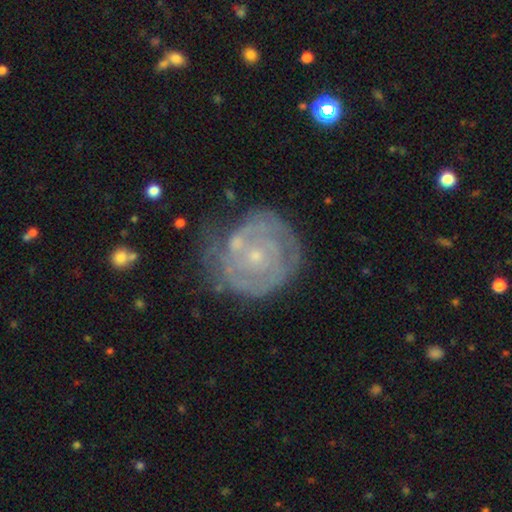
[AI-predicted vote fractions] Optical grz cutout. It shows a featured or disk galaxy (79%) with no bar (79%), tight (78%) spiral arms (84%) and a small central bulge (81%). Merging: none (59%).